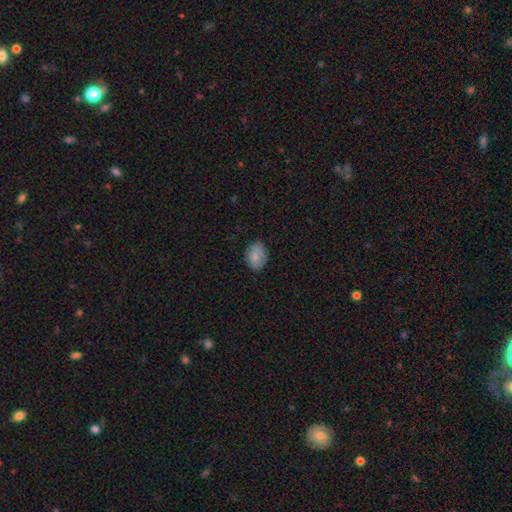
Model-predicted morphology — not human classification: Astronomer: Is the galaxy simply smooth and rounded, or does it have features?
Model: smooth — 81%.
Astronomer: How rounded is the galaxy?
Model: in between — 64%.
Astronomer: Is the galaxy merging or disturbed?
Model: none — 80%.